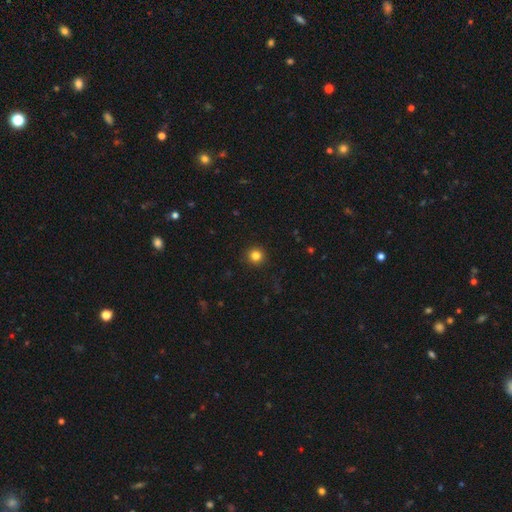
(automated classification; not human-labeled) A smooth galaxy with no disk features (82%) that is round (94%). Merging: none (92%).